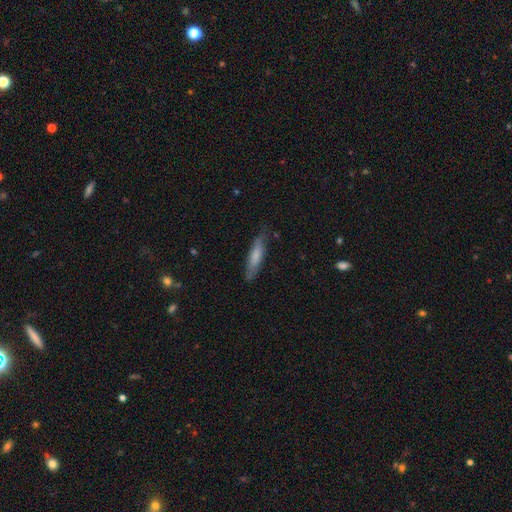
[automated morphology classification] A smooth galaxy with no disk features (69%) that is cigar-shaped (80%).

Vote fractions:
- Smooth or featured? smooth: 69% / featured or disk: 26% / star or artifact: 6%
- How rounded? cigar-shaped: 80% / in between: 19% / round: 1%
- Merging? none: 77% / minor disturbance: 18% / major disturbance: 4% / merger: 1%